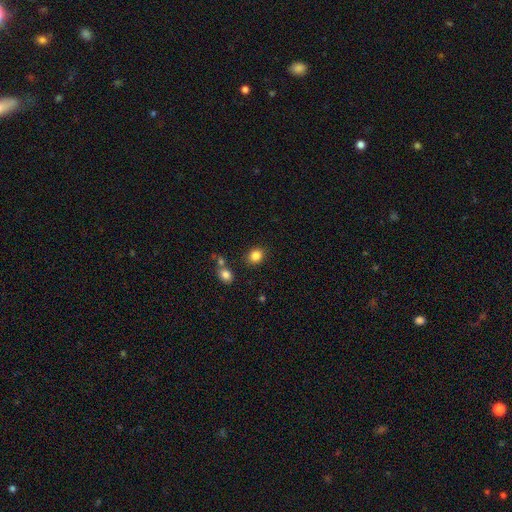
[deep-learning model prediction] smooth 84%, star or artifact 11%, featured or disk 5%. Down the decision tree: how rounded — round (69%); merging — none (85%).